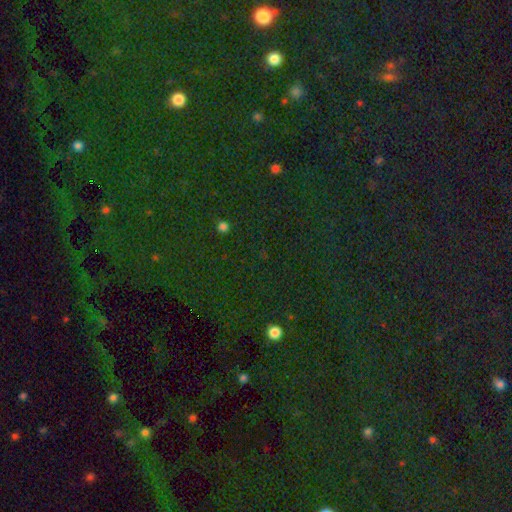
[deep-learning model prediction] smooth_or_featured: star or artifact (p=0.78) [alt: smooth p=0.14]